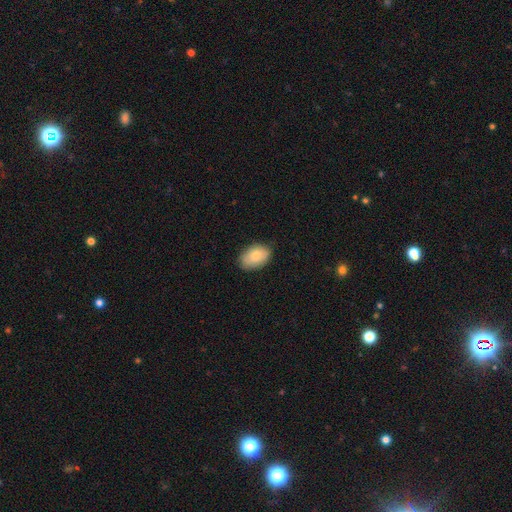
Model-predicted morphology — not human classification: type=smooth (81%); roundness=in between (89%); merging=none (83%).